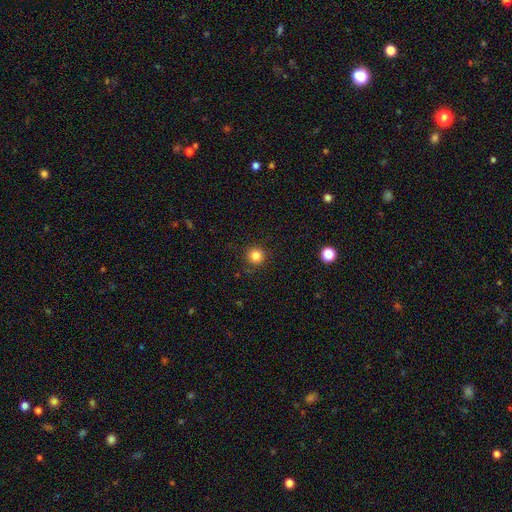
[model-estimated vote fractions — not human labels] Smooth or featured: smooth — 84% (star or artifact — 12%)
How rounded: round — 95% (in between — 4%)
Merging: none — 91% (minor disturbance — 6%)